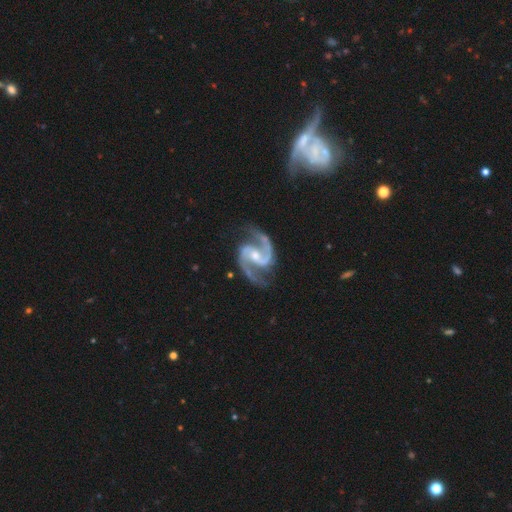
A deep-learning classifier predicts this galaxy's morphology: Overall: featured or disk (95%). Edge-on disk: no (98%). Bar: weak (46%; no 35%). Spiral arms: yes (99%). Spiral arm count: 2 (94%). Spiral winding: medium (68%). Bulge size: moderate (48%; small 45%). Merging: none (77%).